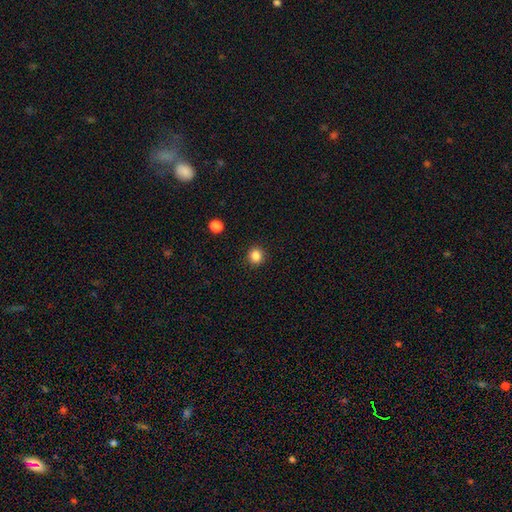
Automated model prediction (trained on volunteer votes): This appears to be a smooth galaxy with no disk features (85%) that is round (89%). Merging: none (92%).